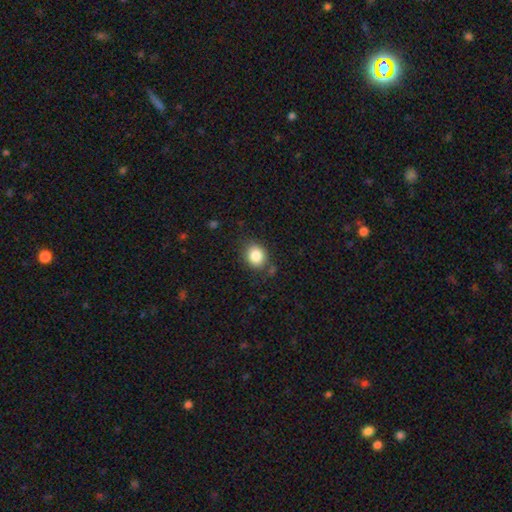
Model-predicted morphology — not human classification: Q: Smooth or featured?
A: smooth (85%); runner-up: star or artifact (10%)
Q: How rounded?
A: round (64%); runner-up: in between (35%)
Q: Merging?
A: none (79%); runner-up: minor disturbance (14%)